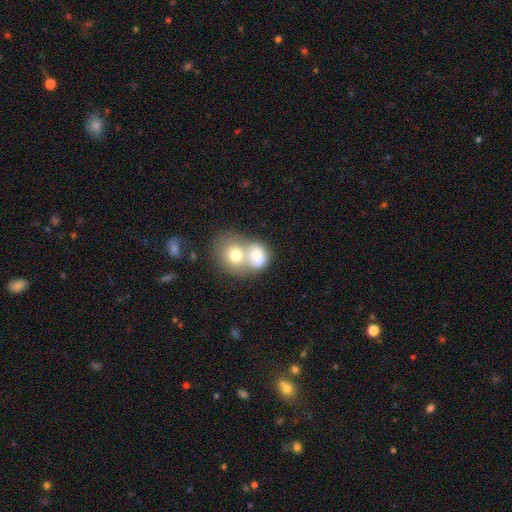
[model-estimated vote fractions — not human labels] smooth 70%, featured or disk 22%, star or artifact 9%. Down the decision tree: how rounded — round (60%); merging — merger (72%).